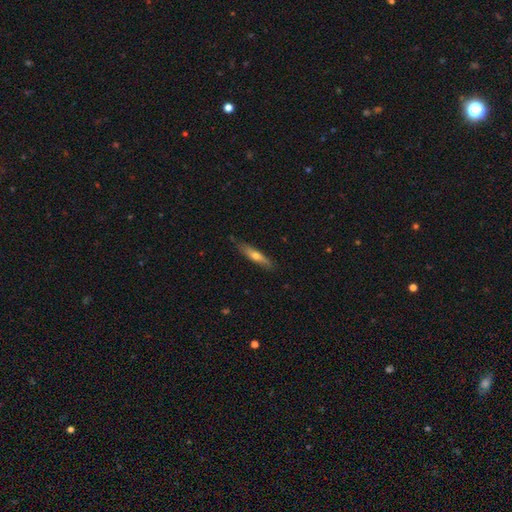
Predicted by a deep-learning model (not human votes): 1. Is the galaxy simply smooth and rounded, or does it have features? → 51% smooth, 42% featured or disk, 6% star or artifact.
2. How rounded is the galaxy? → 84% cigar-shaped, 14% in between, 2% round.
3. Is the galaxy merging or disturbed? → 80% none, 16% minor disturbance, 2% major disturbance, 2% merger.